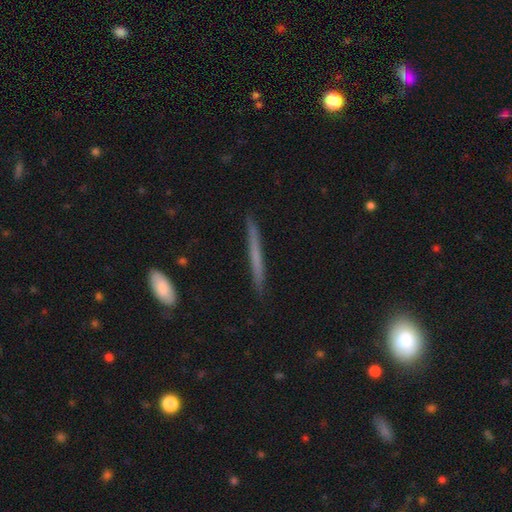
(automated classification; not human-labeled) Smooth or featured? smooth (50%)
How rounded? cigar-shaped (96%)
Merging? none (89%)